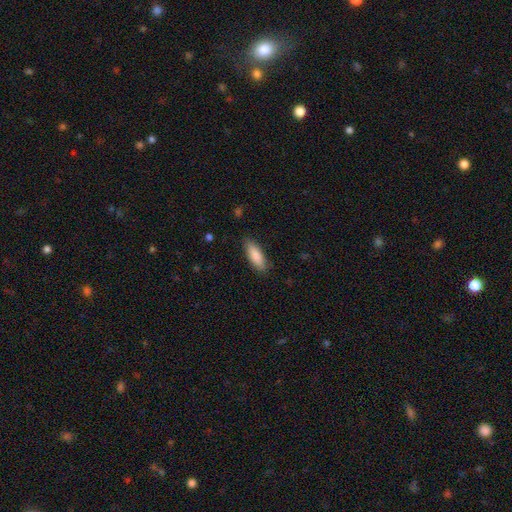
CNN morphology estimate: This is clearly a smooth galaxy (86%). How rounded: likely in between (63%). Merging: clearly none (84%).